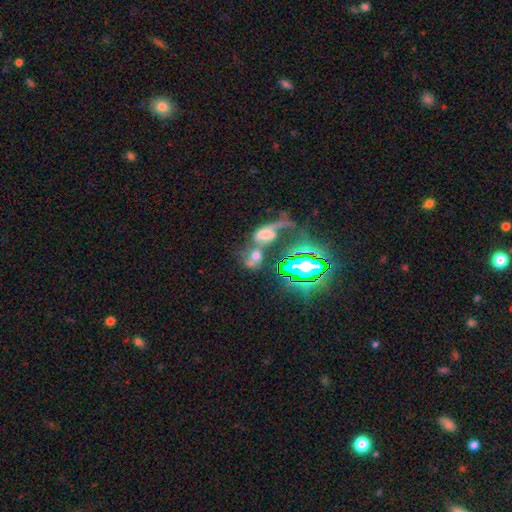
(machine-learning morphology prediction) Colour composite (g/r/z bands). It shows a smooth galaxy with no disk features (42%). Merging: merger (63%).